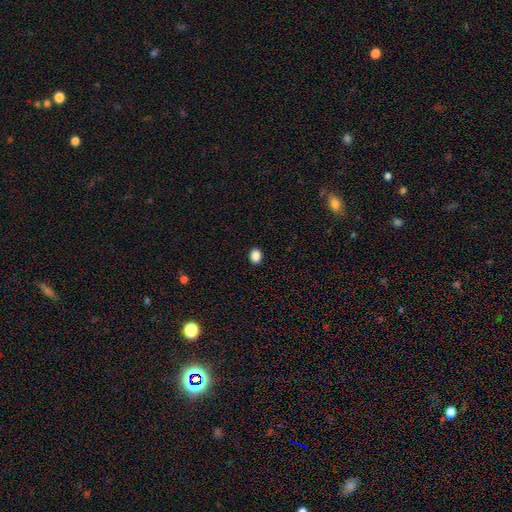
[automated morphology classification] Smooth or featured? smooth (88%)
How rounded? in between (60%)
Merging? none (91%)